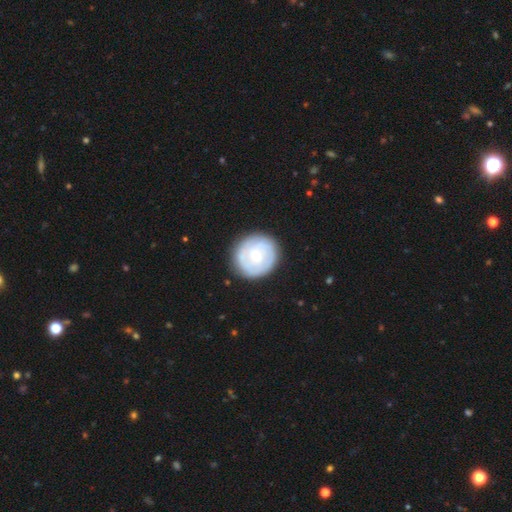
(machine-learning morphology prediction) Overall: featured or disk (52%; smooth 42%). Edge-on disk: no (98%). Bar: no (73%). Spiral arms: yes (62%; no 38%). Bulge size: small (55%; moderate 39%). Merging: none (83%).